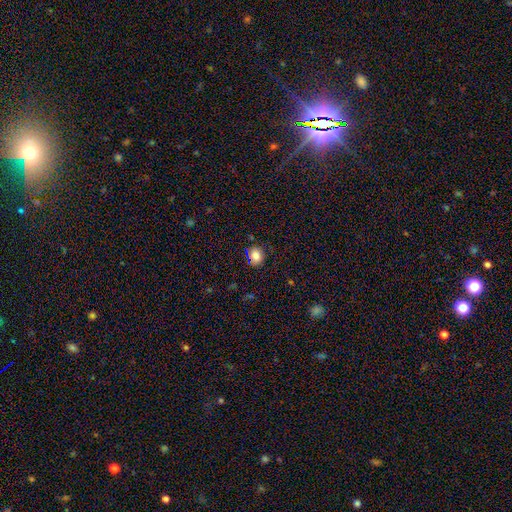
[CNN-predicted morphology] type=smooth (76%); roundness=round (75%); merging=none (81%).